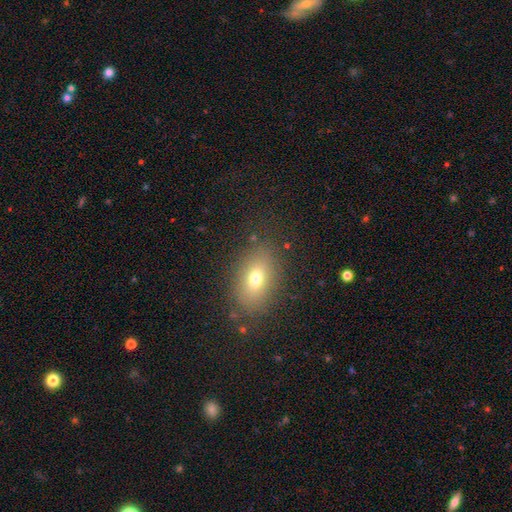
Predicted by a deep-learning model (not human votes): This is likely a smooth galaxy (63%). How rounded: likely in between (79%). Merging: clearly none (84%).